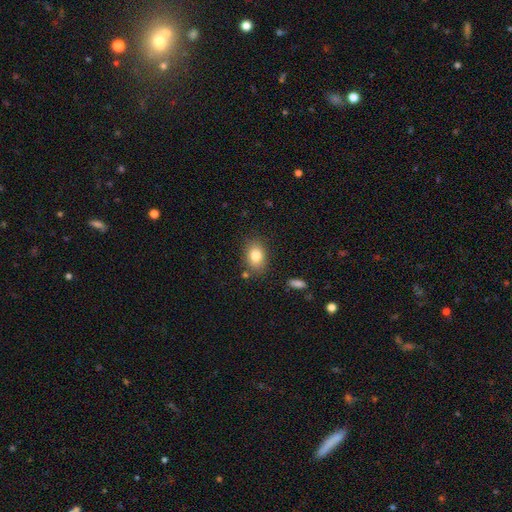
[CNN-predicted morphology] Smooth or featured: smooth — 82% (featured or disk — 10%)
How rounded: in between — 77% (round — 22%)
Merging: none — 81% (minor disturbance — 12%)